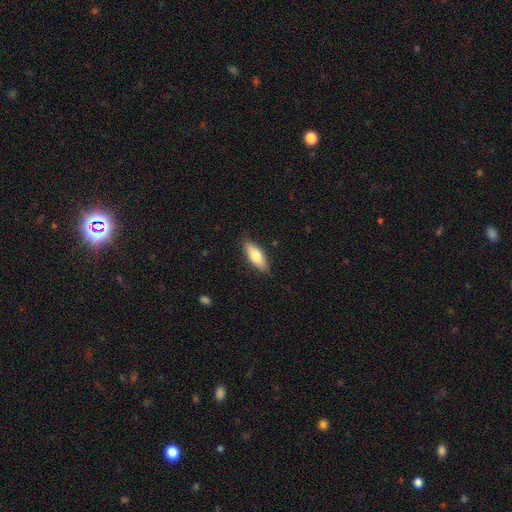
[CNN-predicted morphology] smooth_or_featured: smooth (p=0.72) [alt: featured or disk p=0.22]
how_rounded: in between (p=0.65) [alt: cigar-shaped p=0.33]
merging: none (p=0.86) [alt: minor disturbance p=0.11]